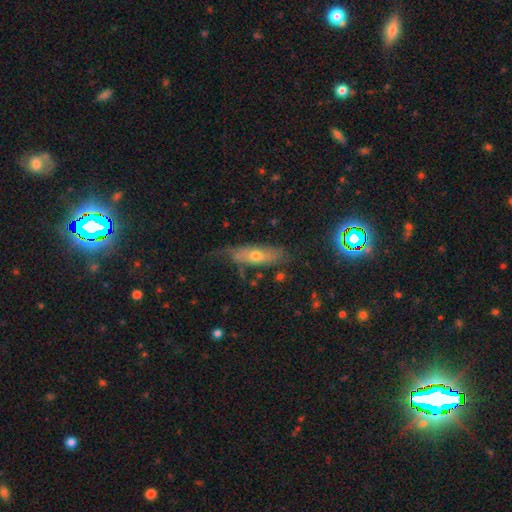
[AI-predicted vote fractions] A featured or disk galaxy (48%). Merging: none (58%).